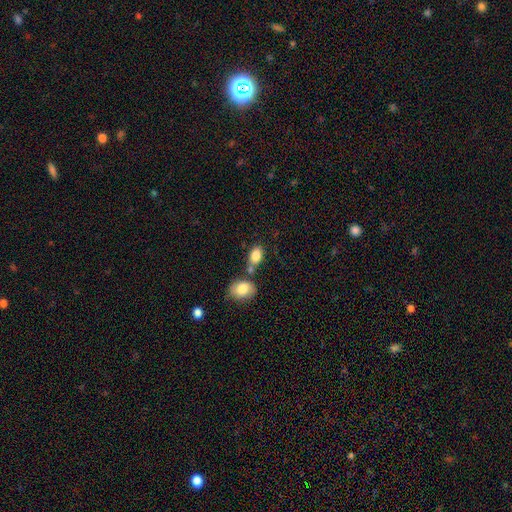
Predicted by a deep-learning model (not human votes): smooth 84%, star or artifact 8%, featured or disk 8%. Down the decision tree: how rounded — in between (85%); merging — none (56%).